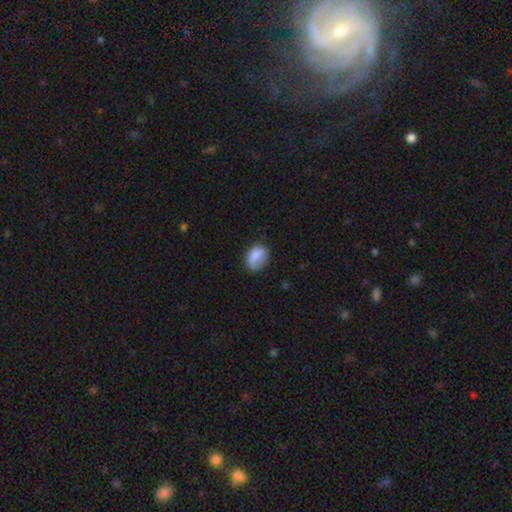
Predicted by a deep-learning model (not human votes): Overall: smooth (82%). How rounded: in between (76%). Merging: none (61%; minor disturbance 28%).